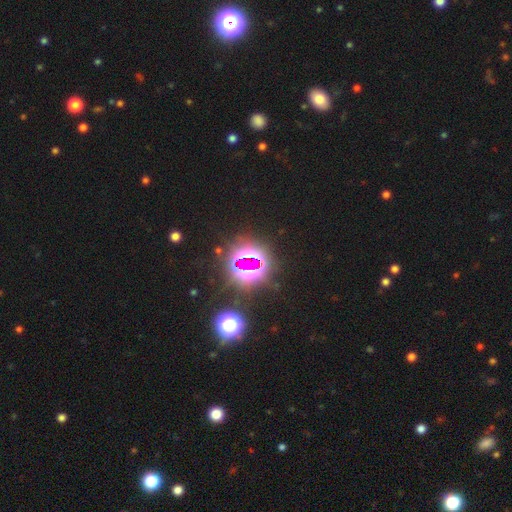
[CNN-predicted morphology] smooth_or_featured: star or artifact (p=0.76) [alt: smooth p=0.14]